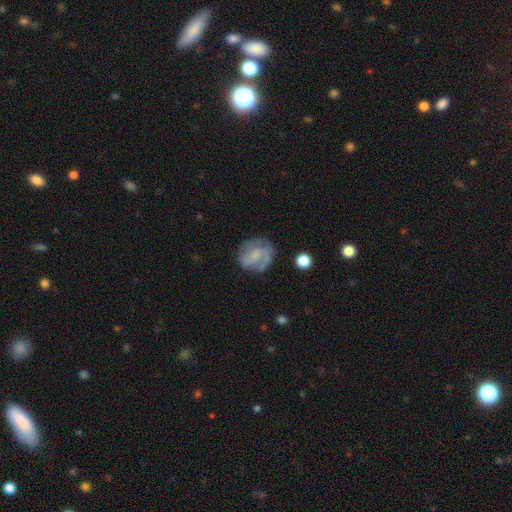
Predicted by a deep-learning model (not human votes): A featured or disk galaxy (52%) with no bar (63%), spiral arms (56%) and a small central bulge (37%).

Vote fractions:
- Smooth or featured? featured or disk: 52% / smooth: 40% / star or artifact: 9%
- Edge-on disk? no: 97% / yes: 3%
- Bar? no: 63% / weak: 30% / strong: 7%
- Spiral arms? yes: 56% / no: 44%
- Bulge size? small: 37% / none: 29% / moderate: 29% / large: 4% / dominant: 1%
- Merging? none: 56% / minor disturbance: 23% / major disturbance: 17% / merger: 3%